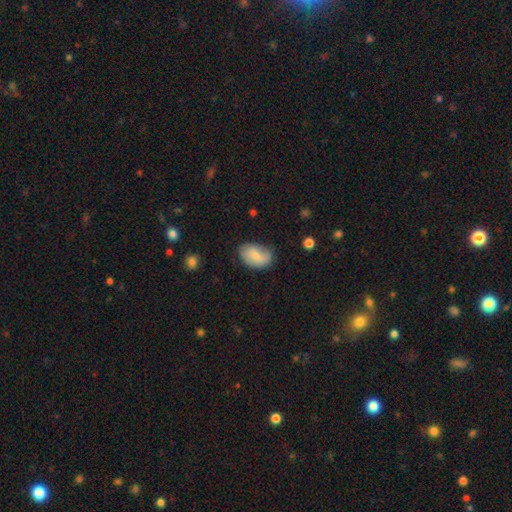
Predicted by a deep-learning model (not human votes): Q: Smooth or featured?
A: smooth (73%); runner-up: featured or disk (21%)
Q: How rounded?
A: in between (89%); runner-up: round (10%)
Q: Merging?
A: none (68%); runner-up: minor disturbance (24%)